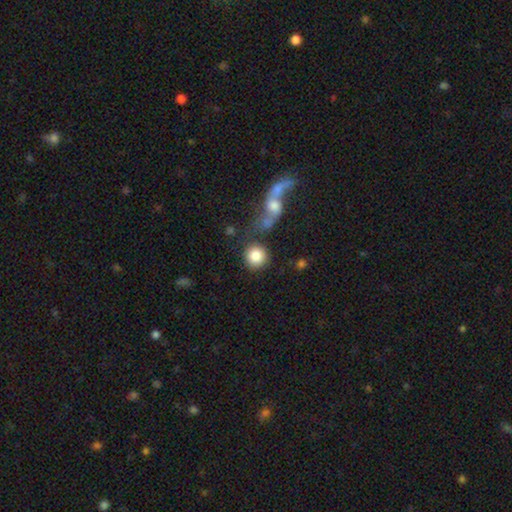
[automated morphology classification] smooth_or_featured: smooth (p=0.85) [alt: star or artifact p=0.08]
how_rounded: round (p=0.92) [alt: in between p=0.07]
merging: none (p=0.67) [alt: merger p=0.17]